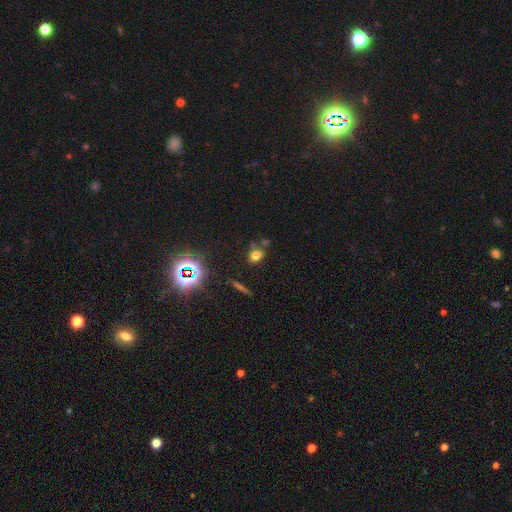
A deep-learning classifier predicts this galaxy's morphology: type=smooth (68%); roundness=in between (62%); merging=none (67%).